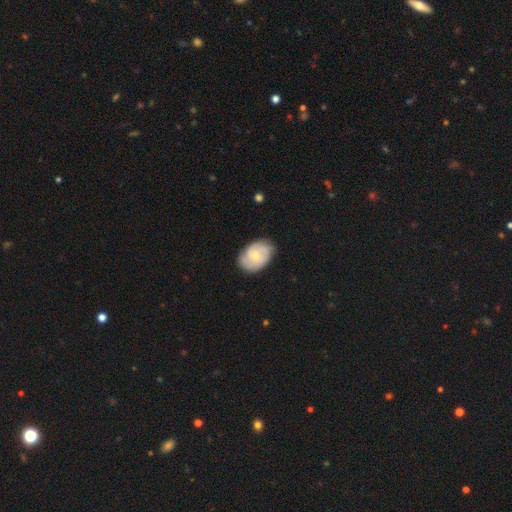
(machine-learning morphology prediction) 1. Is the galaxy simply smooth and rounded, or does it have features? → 65% featured or disk, 29% smooth, 5% star or artifact.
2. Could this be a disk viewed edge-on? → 97% no, 3% yes.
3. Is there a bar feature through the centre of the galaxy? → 75% no, 23% weak, 3% strong.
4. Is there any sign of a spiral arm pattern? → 90% yes, 10% no.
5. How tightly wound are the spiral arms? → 56% tight, 33% medium, 10% loose.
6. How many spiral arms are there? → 31% 3, 29% can't tell, 24% 2, 7% 4, 4% 1, 4% more than 4.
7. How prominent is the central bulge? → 53% moderate, 42% small, 2% large, 1% none, 1% dominant.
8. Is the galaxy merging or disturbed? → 76% none, 19% minor disturbance, 4% major disturbance, 1% merger.